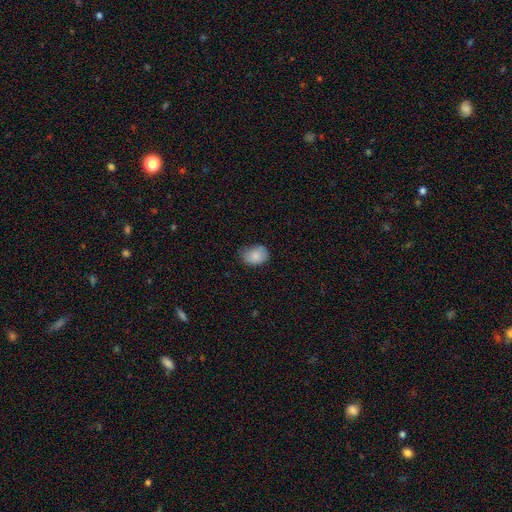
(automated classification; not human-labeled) Morphology: type=smooth (84%); roundness=in between (69%); merging=none (57%).